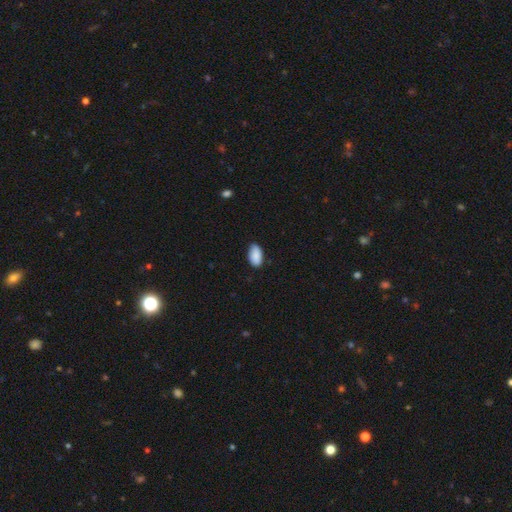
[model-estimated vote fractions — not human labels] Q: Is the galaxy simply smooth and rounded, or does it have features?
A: smooth — 89%.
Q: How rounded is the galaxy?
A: in between — 95%.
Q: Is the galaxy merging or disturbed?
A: none — 81%.